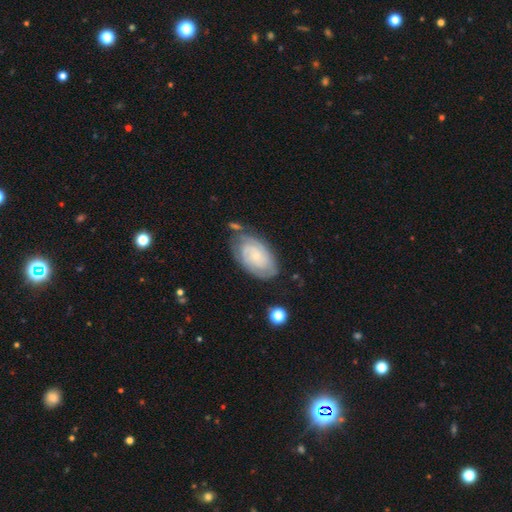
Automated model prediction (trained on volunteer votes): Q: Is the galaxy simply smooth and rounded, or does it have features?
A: featured or disk — 66%.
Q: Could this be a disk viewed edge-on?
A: no — 96%.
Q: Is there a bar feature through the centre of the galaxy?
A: no — 76%.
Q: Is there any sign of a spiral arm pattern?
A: yes — 88%.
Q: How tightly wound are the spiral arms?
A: tight — 69%.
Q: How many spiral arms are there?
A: can't tell — 42%.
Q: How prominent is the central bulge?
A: small — 77%.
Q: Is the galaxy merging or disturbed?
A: none — 62%.